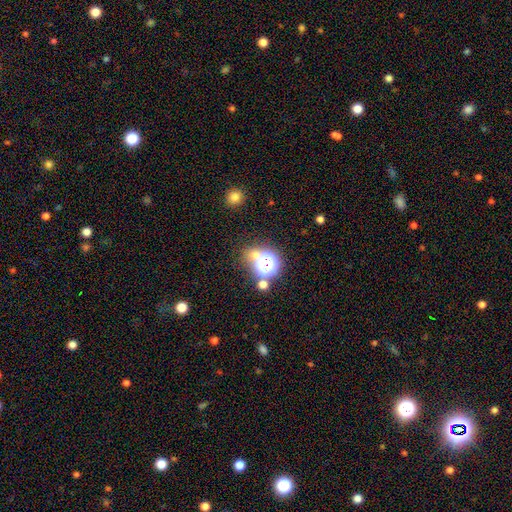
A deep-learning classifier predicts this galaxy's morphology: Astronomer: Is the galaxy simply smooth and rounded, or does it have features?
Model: smooth — 49% (runner-up: star or artifact, 42%).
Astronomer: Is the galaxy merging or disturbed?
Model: none — 65%.